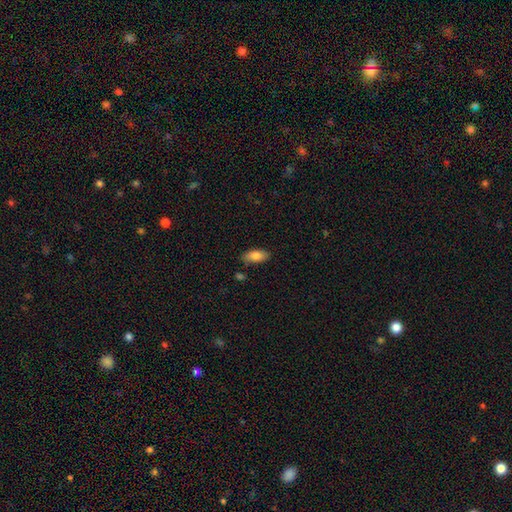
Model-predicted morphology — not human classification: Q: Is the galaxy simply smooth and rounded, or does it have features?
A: smooth — 82%.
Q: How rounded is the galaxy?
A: in between — 87%.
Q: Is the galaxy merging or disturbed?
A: none — 80%.